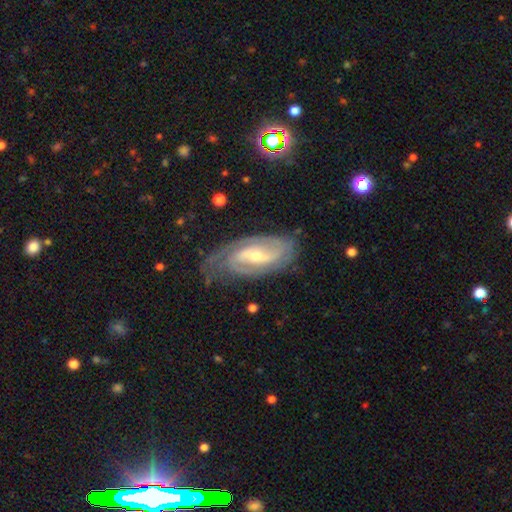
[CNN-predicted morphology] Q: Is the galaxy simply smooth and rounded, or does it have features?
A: featured or disk — 88%.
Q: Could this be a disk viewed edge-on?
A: no — 95%.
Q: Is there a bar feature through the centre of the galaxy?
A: weak — 44%.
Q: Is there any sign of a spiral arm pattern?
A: yes — 96%.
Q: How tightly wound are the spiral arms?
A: tight — 53%.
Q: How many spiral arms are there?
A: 2 — 67%.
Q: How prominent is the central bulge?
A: small — 50%.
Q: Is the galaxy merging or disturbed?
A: none — 71%.